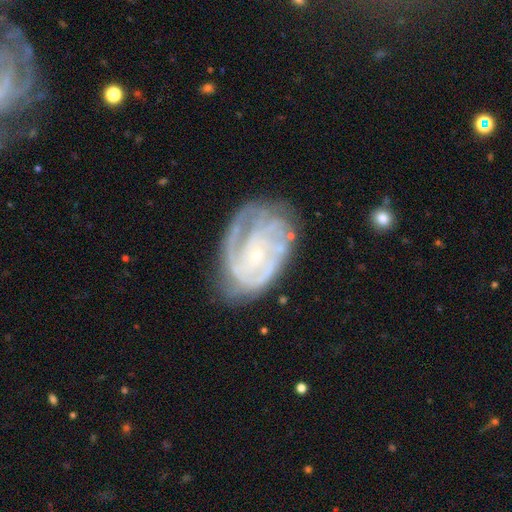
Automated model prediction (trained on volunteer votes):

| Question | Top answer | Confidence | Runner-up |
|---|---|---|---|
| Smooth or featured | featured or disk | 84% | smooth (10%) |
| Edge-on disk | no | 97% | yes (3%) |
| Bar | no | 71% | weak (23%) |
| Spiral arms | yes | 92% | no (8%) |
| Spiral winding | tight | 63% | medium (29%) |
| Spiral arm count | can't tell | 36% | 2 (23%) |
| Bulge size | small | 82% | moderate (12%) |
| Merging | none | 56% | minor disturbance (25%) |